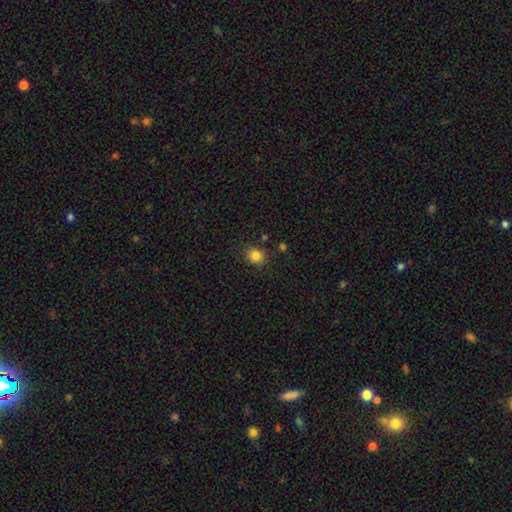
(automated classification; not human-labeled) A smooth galaxy with no disk features (83%) that is round (78%). Merging: none (85%).